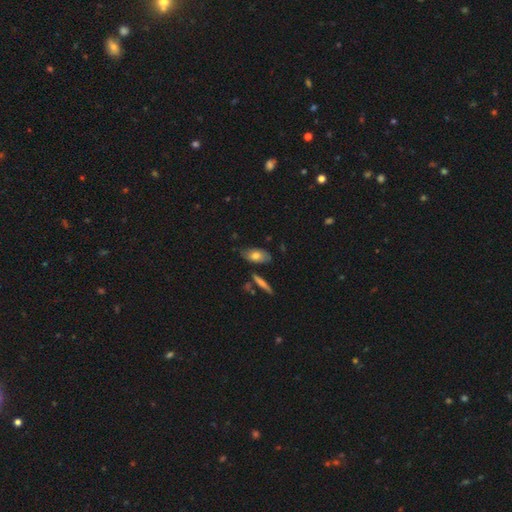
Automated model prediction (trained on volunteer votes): The model was most divided on "smooth or featured": smooth: 68%, featured or disk: 25%, star or artifact: 7%. More confident: how rounded — in between (85%); merging — none (71%).